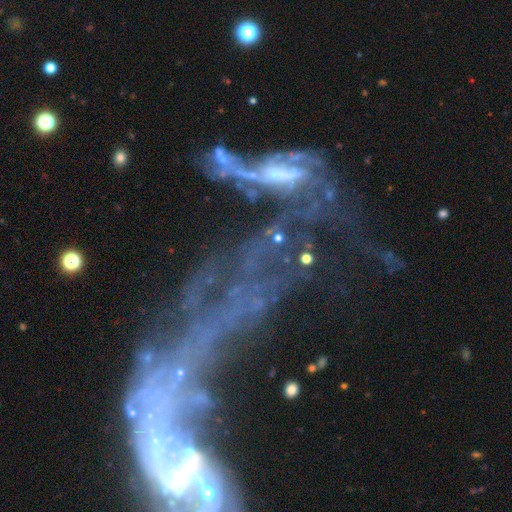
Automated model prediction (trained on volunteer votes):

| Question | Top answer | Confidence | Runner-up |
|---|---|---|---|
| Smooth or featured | featured or disk | 64% | star or artifact (22%) |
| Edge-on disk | no | 81% | yes (19%) |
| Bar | no | 61% | weak (22%) |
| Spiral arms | yes | 51% | no (49%) |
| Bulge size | none | 41% | small (29%) |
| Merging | merger | 45% | major disturbance (32%) |